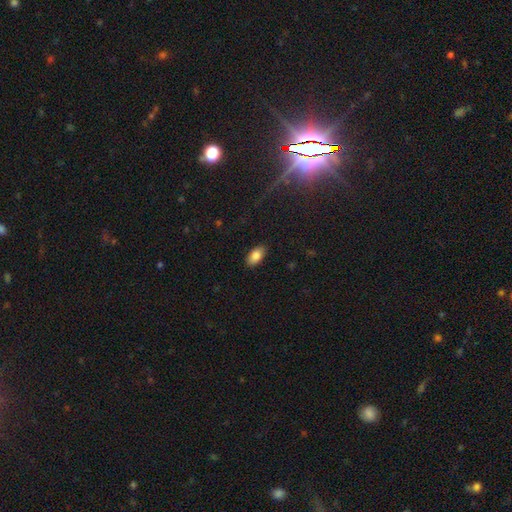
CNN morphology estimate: A smooth galaxy with no disk features (85%) that is in between round and cigar-shaped (93%).

Vote fractions:
- Smooth or featured? smooth: 85% / featured or disk: 8% / star or artifact: 7%
- How rounded? in between: 93% / cigar-shaped: 4% / round: 4%
- Merging? none: 88% / minor disturbance: 9% / major disturbance: 2% / merger: 1%